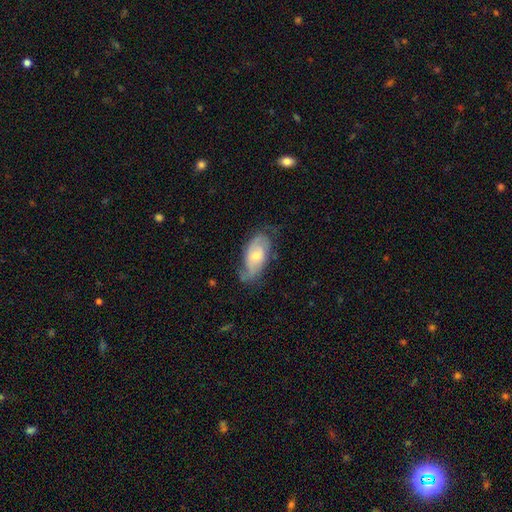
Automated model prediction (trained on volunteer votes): Q: Smooth or featured?
A: featured or disk (58%); runner-up: smooth (35%)
Q: Edge-on disk?
A: no (91%); runner-up: yes (9%)
Q: Bar?
A: no (69%); runner-up: weak (26%)
Q: Spiral arms?
A: yes (80%); runner-up: no (20%)
Q: Bulge size?
A: moderate (50%); runner-up: small (43%)
Q: Merging?
A: none (56%); runner-up: minor disturbance (30%)